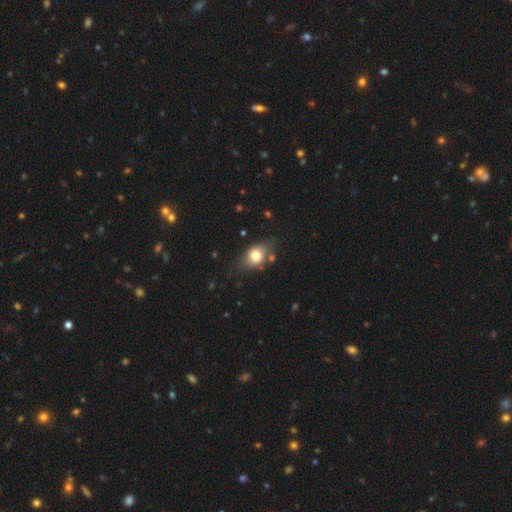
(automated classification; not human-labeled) Morphology: type=smooth (75%); roundness=in between (68%); merging=none (68%).